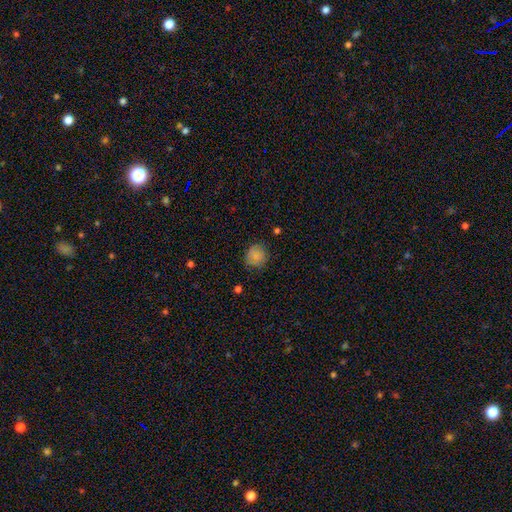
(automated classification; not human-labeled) Smooth or featured? Predicted: smooth (p=0.84). How rounded? Predicted: round (p=0.85). Merging? Predicted: none (p=0.80).